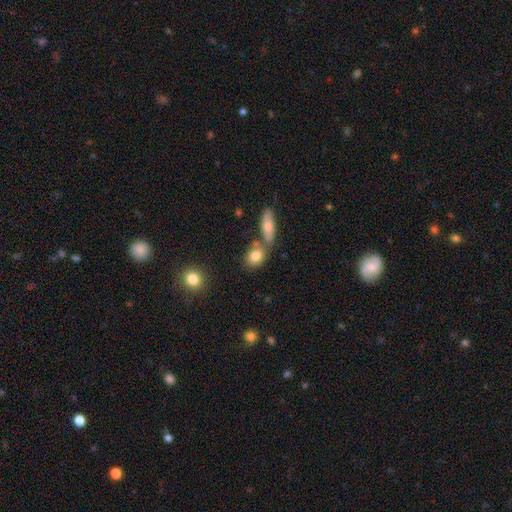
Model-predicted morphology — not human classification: This appears to be a smooth galaxy with no disk features (80%) that is in between round and cigar-shaped (65%). Merging: none (54%).